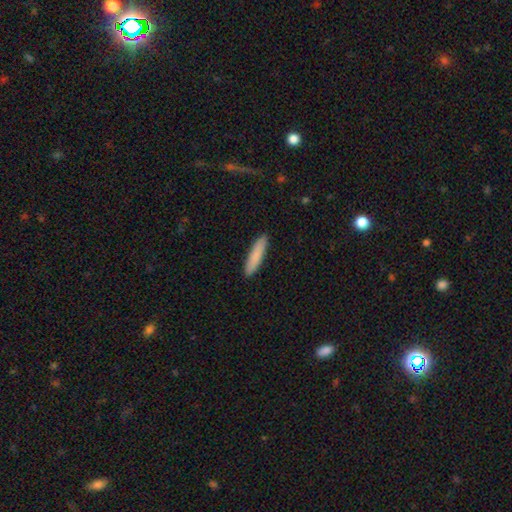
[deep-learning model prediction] A smooth galaxy with no disk features (85%) that is cigar-shaped (83%).

Vote fractions:
- Smooth or featured? smooth: 85% / featured or disk: 9% / star or artifact: 6%
- How rounded? cigar-shaped: 83% / in between: 16% / round: 1%
- Merging? none: 90% / minor disturbance: 7% / major disturbance: 1% / merger: 1%